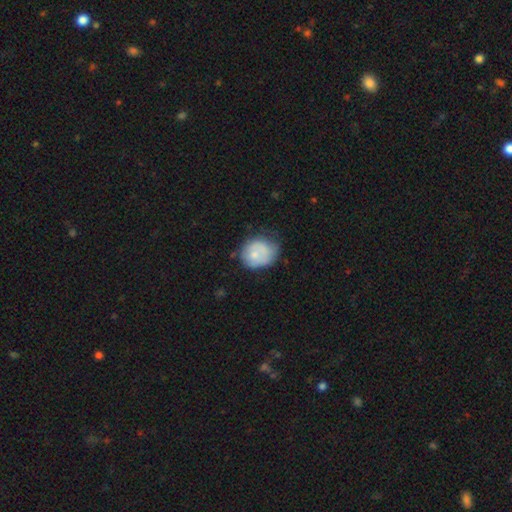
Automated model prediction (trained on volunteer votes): The model was most divided on "merging": none: 46%, minor disturbance: 34%, major disturbance: 14%, merger: 6%. More confident: how rounded — round (68%); smooth or featured — smooth (66%).